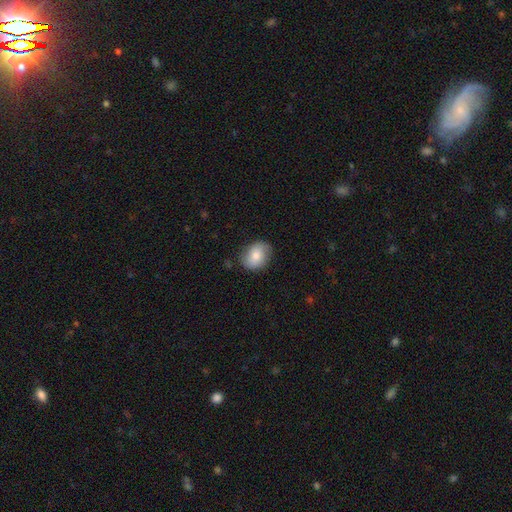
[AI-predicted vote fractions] Smooth or featured?
  - smooth: 71% *
  - featured or disk: 22%
  - star or artifact: 7%
How rounded?
  - in between: 60% *
  - round: 39%
  - cigar-shaped: 1%
Merging?
  - none: 77% *
  - minor disturbance: 18%
  - major disturbance: 4%
  - merger: 1%